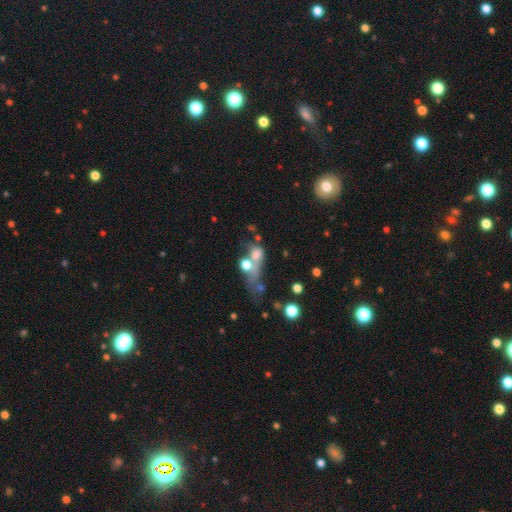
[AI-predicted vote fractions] A smooth galaxy with no disk features (55%) that is round (54%). Merging: merger (47%).